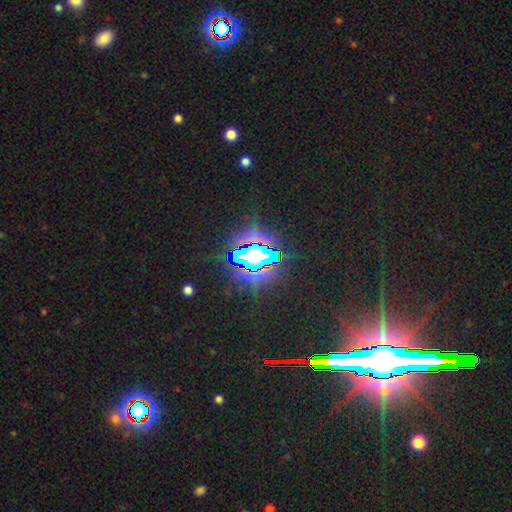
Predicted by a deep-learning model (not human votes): A star or artifact, not a galaxy (77%).

Vote fractions:
- Smooth or featured? star or artifact: 77% / smooth: 13% / featured or disk: 10%